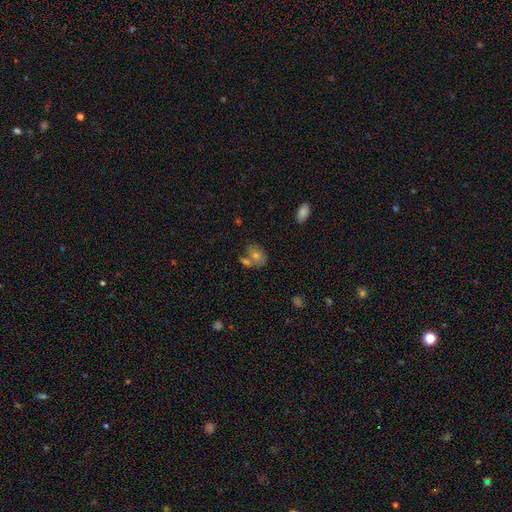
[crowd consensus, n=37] Q: Smooth or featured?
A: smooth (68%); runner-up: featured or disk (30%)
Q: How rounded?
A: in between (56%); runner-up: round (44%)
Q: Merging?
A: none (58%); runner-up: merger (31%)